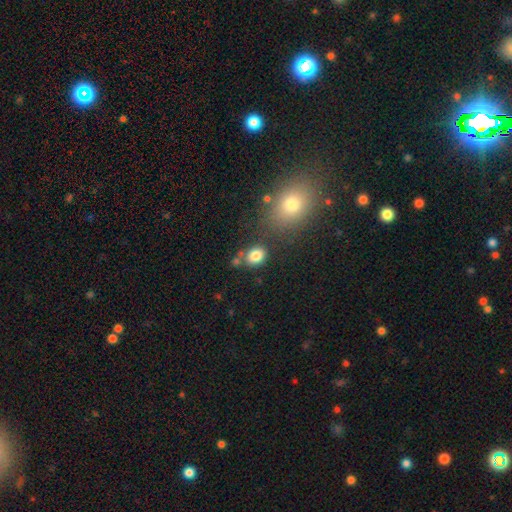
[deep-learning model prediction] Smooth or featured? Predicted: smooth (p=0.82). How rounded? Predicted: in between (p=0.50). Merging? Predicted: none (p=0.70).